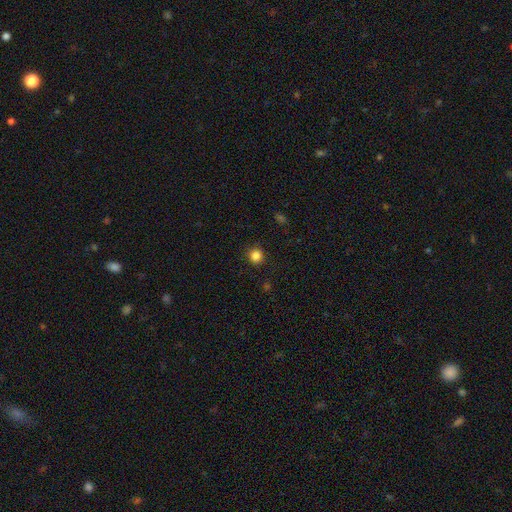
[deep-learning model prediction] Q: Smooth or featured?
A: smooth (84%); runner-up: star or artifact (12%)
Q: How rounded?
A: round (93%); runner-up: in between (6%)
Q: Merging?
A: none (90%); runner-up: minor disturbance (6%)